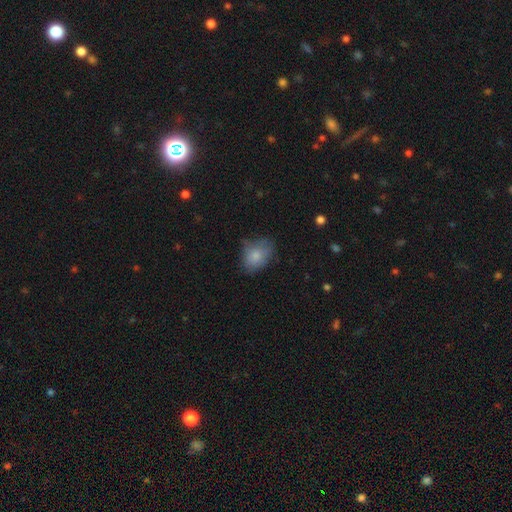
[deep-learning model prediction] This is clearly a smooth galaxy (80%). How rounded: likely in between (67%). Merging: possibly none (59%).